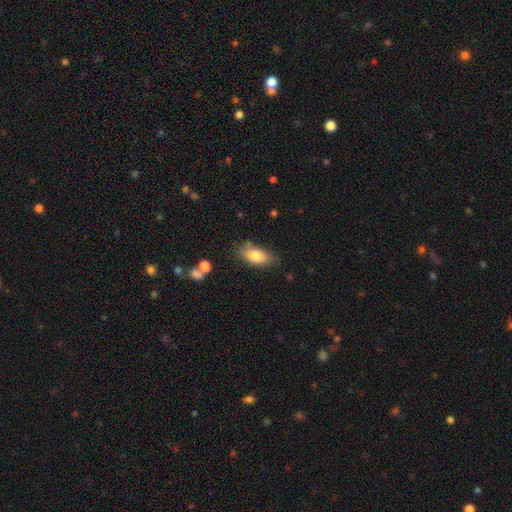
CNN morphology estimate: The model was most divided on "merging": none: 73%, minor disturbance: 18%, major disturbance: 4%, merger: 4%. More confident: how rounded — in between (87%); smooth or featured — smooth (80%).